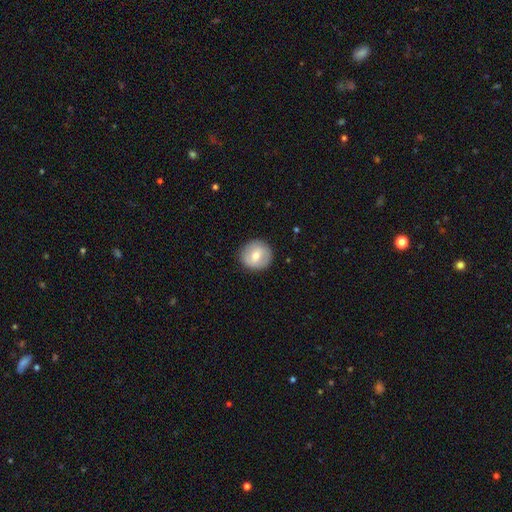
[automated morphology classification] A smooth galaxy with no disk features (64%) that is round (91%). Merging: none (89%).